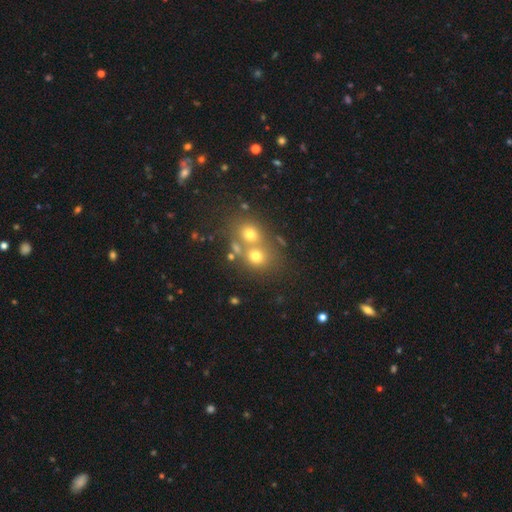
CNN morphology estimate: This is likely a smooth galaxy (62%). How rounded: likely round (74%). Merging: possibly merger (49%).